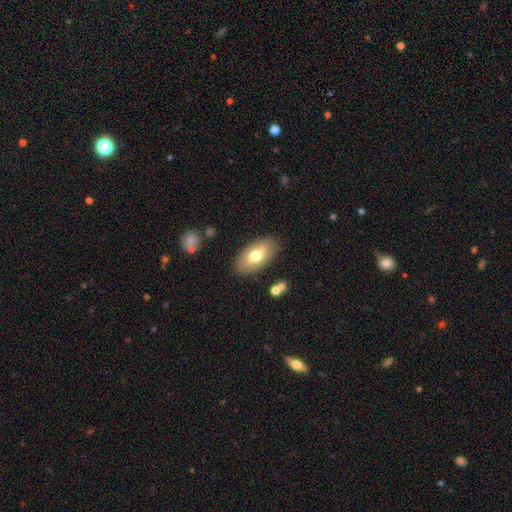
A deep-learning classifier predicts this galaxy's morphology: The model was most divided on "smooth or featured": smooth: 69%, featured or disk: 25%, star or artifact: 7%. More confident: how rounded — in between (93%); merging — none (84%).